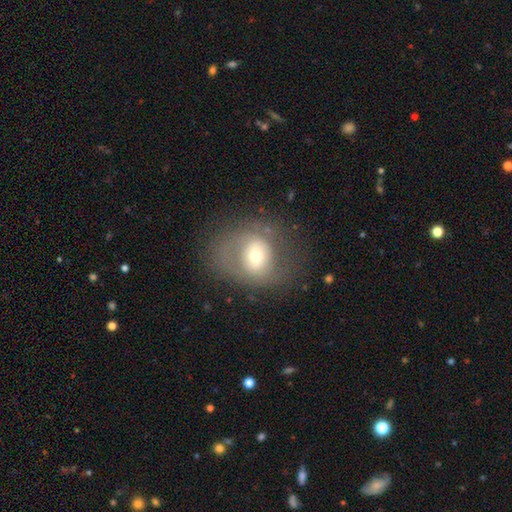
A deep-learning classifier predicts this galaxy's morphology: smooth-or-featured: featured or disk: 45% (tied) | smooth: 45% (tied) | star or artifact: 10%
  merging: none: 64% | minor disturbance: 18% | major disturbance: 16% | merger: 2%